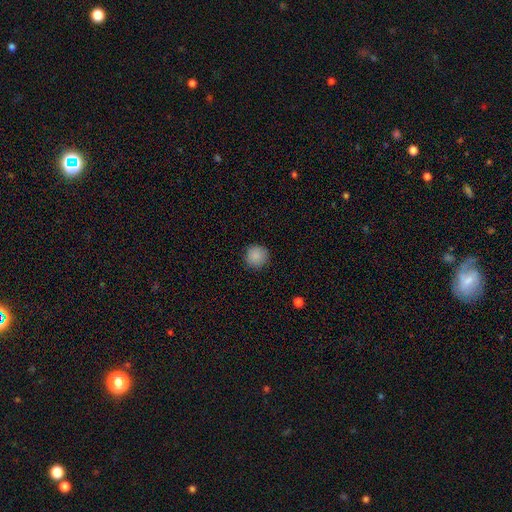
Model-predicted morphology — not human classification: Smooth or featured?
  - smooth: 88% *
  - star or artifact: 9%
  - featured or disk: 3%
How rounded?
  - round: 94% *
  - in between: 5%
  - cigar-shaped: 1%
Merging?
  - none: 91% *
  - minor disturbance: 6%
  - major disturbance: 2%
  - merger: 1%